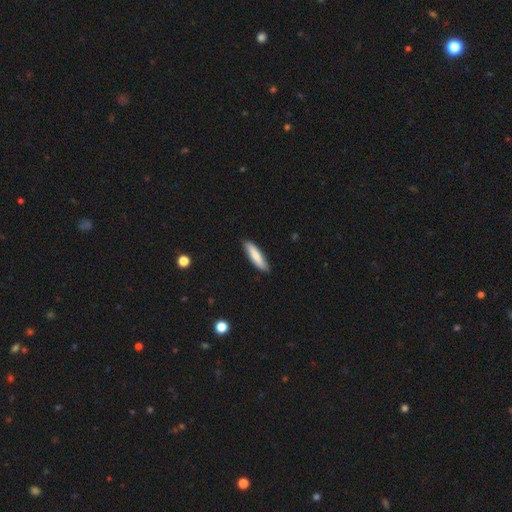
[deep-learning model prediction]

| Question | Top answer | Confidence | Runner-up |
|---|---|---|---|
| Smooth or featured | smooth | 78% | featured or disk (17%) |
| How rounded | cigar-shaped | 74% | in between (25%) |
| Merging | none | 87% | minor disturbance (10%) |